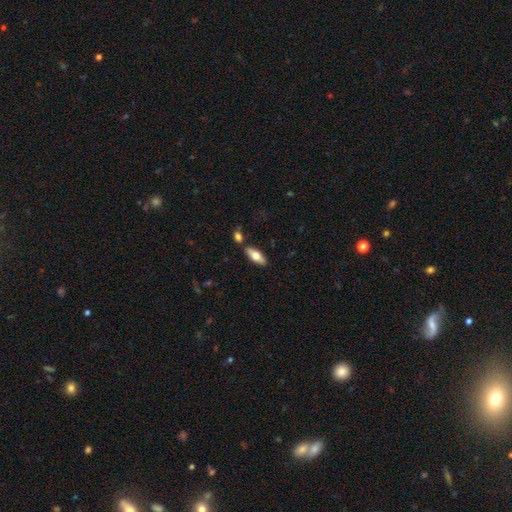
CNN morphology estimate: Smooth or featured: smooth — 64% (featured or disk — 31%)
How rounded: in between — 72% (cigar-shaped — 26%)
Merging: none — 80% (minor disturbance — 10%)